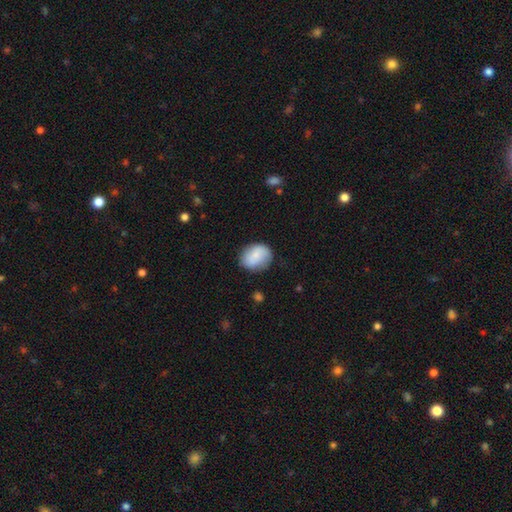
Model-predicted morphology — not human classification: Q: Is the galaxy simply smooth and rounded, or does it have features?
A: smooth — 72%.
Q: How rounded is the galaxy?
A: round — 51%.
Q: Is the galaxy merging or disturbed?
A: none — 74%.